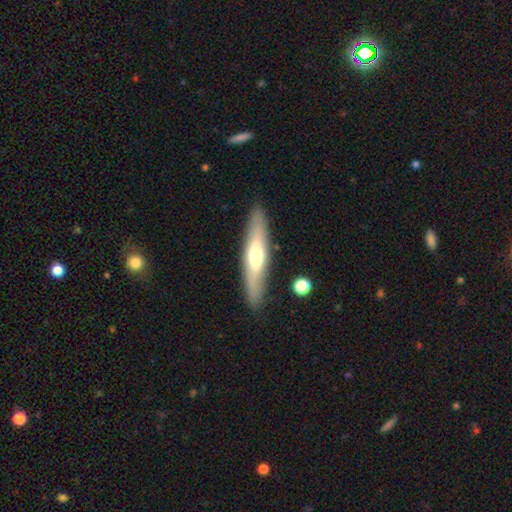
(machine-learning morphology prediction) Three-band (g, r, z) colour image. It shows a featured or disk galaxy (49%). Merging: none (88%).